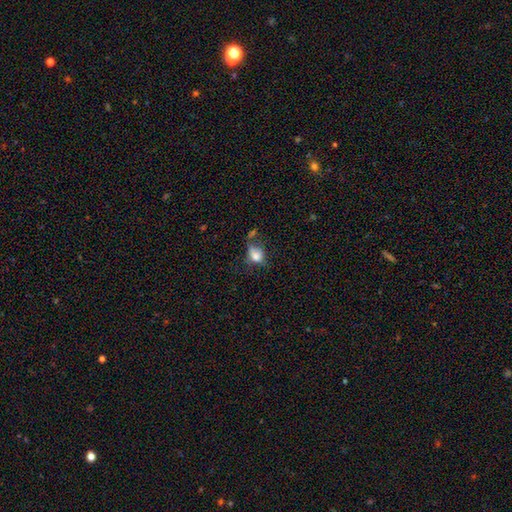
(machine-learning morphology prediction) A smooth galaxy with no disk features (75%) that is in between round and cigar-shaped (67%). Merging: none (36%).